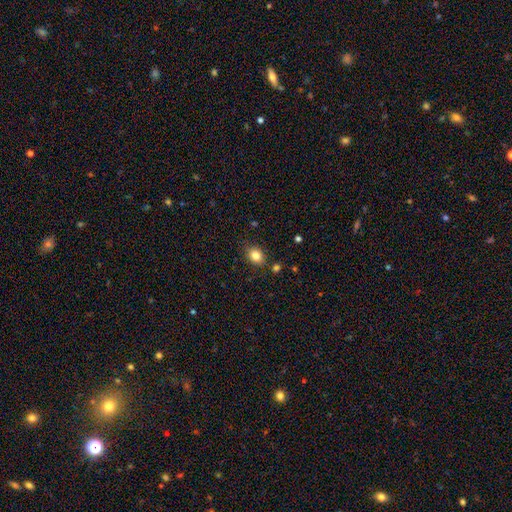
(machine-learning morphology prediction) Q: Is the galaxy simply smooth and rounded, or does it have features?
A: smooth — 83%.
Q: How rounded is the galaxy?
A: in between — 56%.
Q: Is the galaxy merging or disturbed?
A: none — 81%.